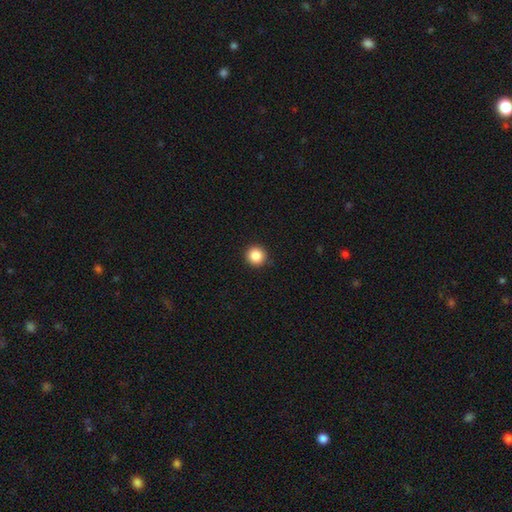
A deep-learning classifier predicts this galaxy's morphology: Smooth or featured? smooth (86%)
How rounded? round (96%)
Merging? none (92%)